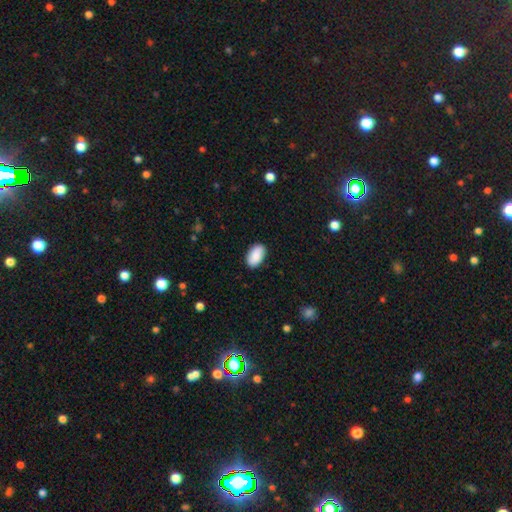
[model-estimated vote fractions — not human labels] Q: Smooth or featured?
A: smooth (88%); runner-up: star or artifact (6%)
Q: How rounded?
A: in between (95%); runner-up: round (4%)
Q: Merging?
A: none (88%); runner-up: minor disturbance (9%)